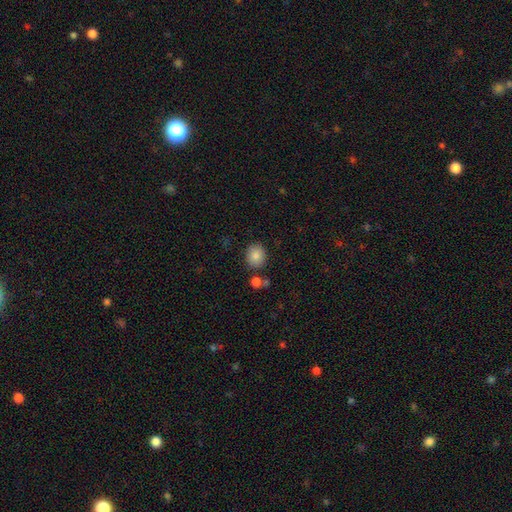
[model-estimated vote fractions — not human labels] A smooth galaxy with no disk features (85%) that is round (74%). Merging: none (81%).